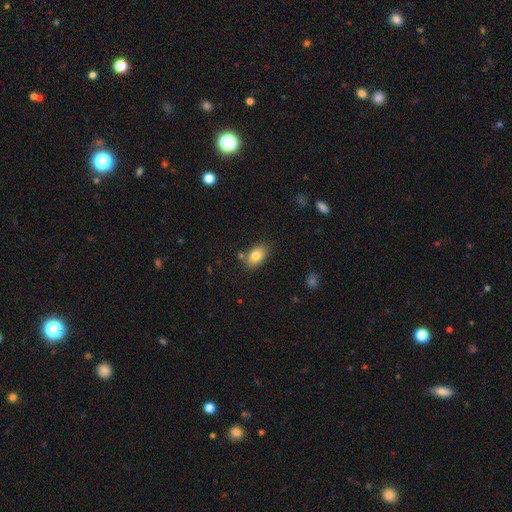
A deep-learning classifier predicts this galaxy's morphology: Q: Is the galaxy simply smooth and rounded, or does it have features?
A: smooth — 81%.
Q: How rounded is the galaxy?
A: in between — 89%.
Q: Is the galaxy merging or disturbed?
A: none — 77%.